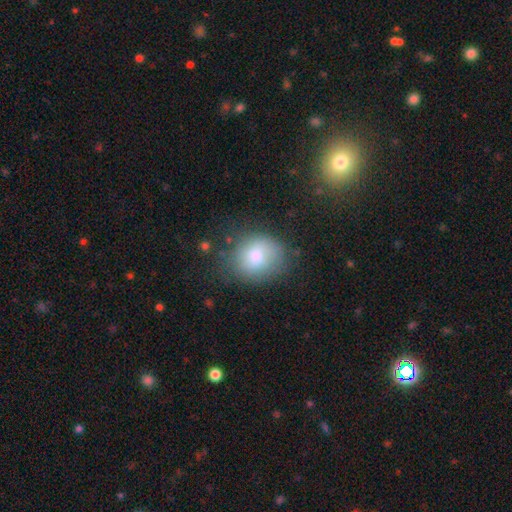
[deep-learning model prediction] A smooth galaxy with no disk features (75%) that is round (64%).

Vote fractions:
- Smooth or featured? smooth: 75% / featured or disk: 15% / star or artifact: 10%
- How rounded? round: 64% / in between: 35% / cigar-shaped: 1%
- Merging? none: 72% / minor disturbance: 19% / major disturbance: 7% / merger: 2%